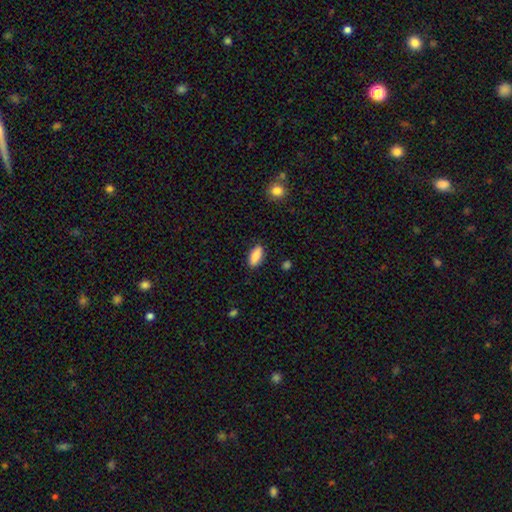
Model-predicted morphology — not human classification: type=smooth (87%); roundness=in between (80%); merging=none (86%).